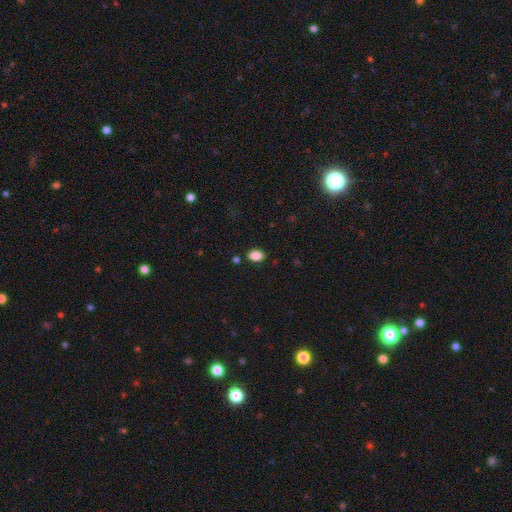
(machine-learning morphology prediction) smooth-or-featured: smooth: 87% | star or artifact: 9% | featured or disk: 4%
  how-rounded: in between: 79% | round: 20% | cigar-shaped: 1%
  merging: none: 85% | minor disturbance: 10% | merger: 3% | major disturbance: 3%